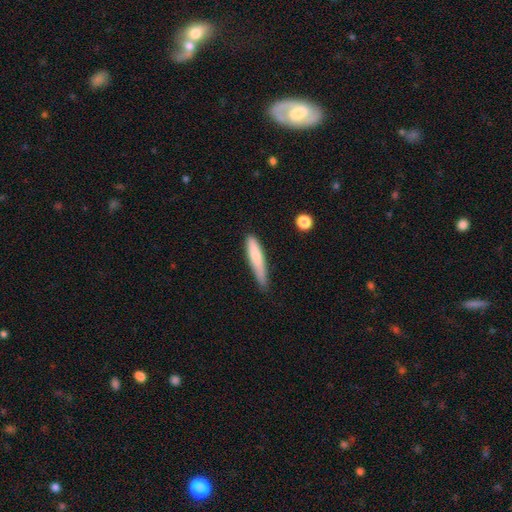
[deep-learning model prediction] Smooth or featured: smooth — 73% (featured or disk — 21%)
How rounded: cigar-shaped — 88% (in between — 11%)
Merging: none — 67% (minor disturbance — 27%)